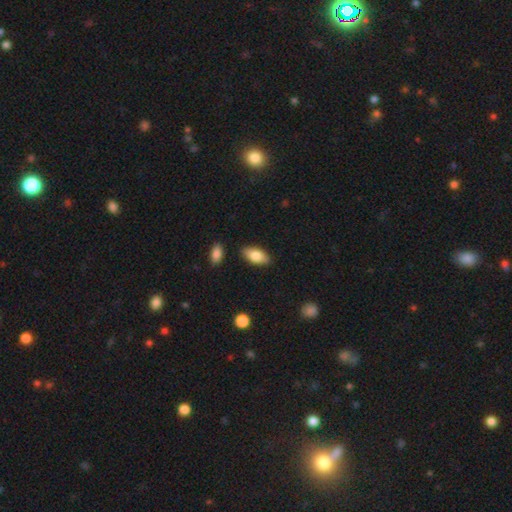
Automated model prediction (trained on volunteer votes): Smooth or featured?
  - smooth: 81% *
  - featured or disk: 12%
  - star or artifact: 6%
How rounded?
  - in between: 90% *
  - cigar-shaped: 7%
  - round: 3%
Merging?
  - none: 85% *
  - minor disturbance: 11%
  - major disturbance: 2%
  - merger: 2%